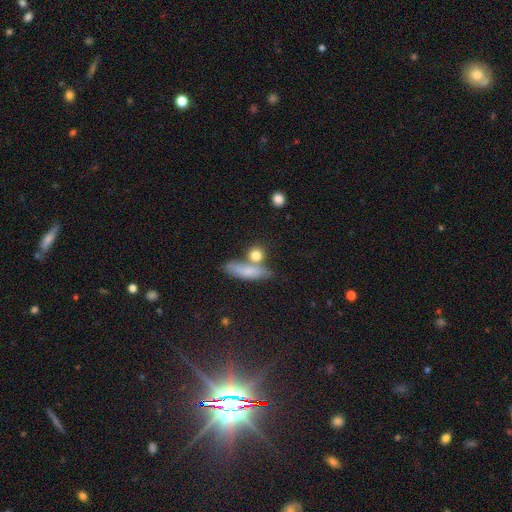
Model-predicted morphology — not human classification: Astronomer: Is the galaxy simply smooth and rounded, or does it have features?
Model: smooth — 79%.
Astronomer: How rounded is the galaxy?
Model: round — 65%.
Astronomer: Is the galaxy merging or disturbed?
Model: none — 56%.